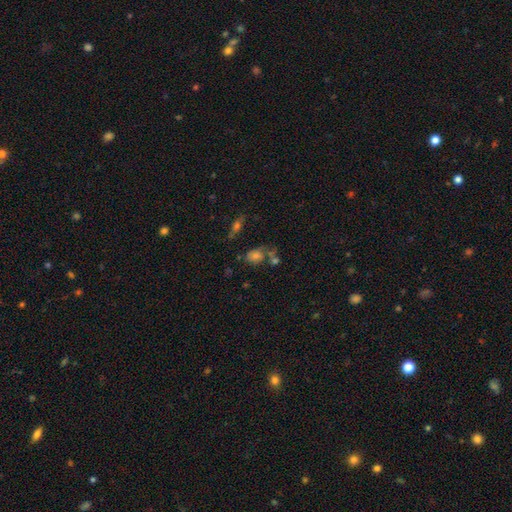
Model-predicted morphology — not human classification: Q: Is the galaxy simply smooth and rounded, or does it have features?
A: smooth — 53%.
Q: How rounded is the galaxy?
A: in between — 61%.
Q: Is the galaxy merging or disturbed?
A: none — 50%.